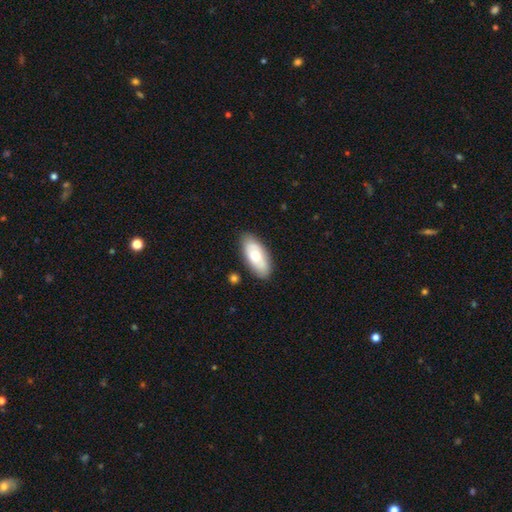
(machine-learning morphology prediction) The model was most divided on "smooth or featured": smooth: 62%, featured or disk: 32%, star or artifact: 6%. More confident: how rounded — in between (89%); merging — none (83%).